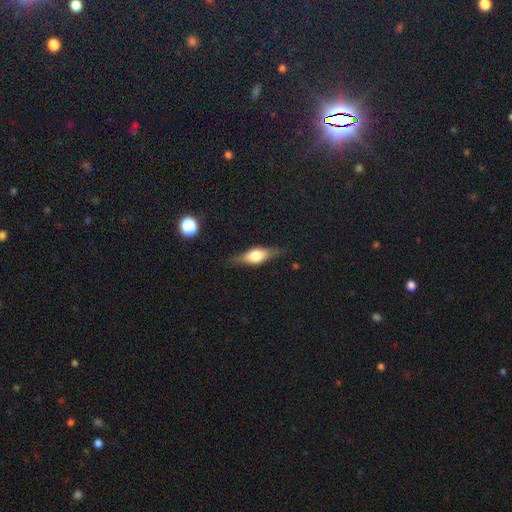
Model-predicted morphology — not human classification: Q: Smooth or featured?
A: featured or disk (49%); runner-up: smooth (43%)
Q: Merging?
A: none (79%); runner-up: minor disturbance (16%)